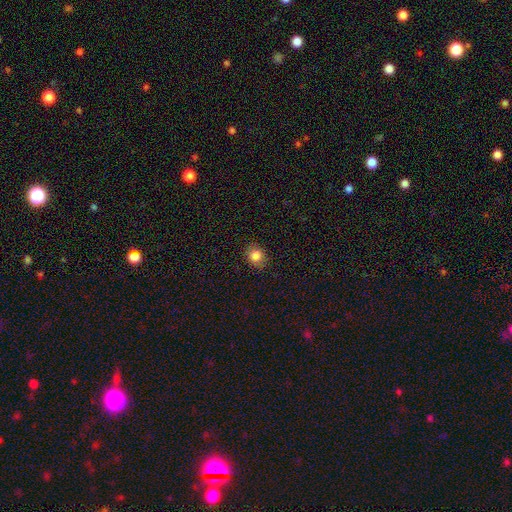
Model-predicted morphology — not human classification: Overall: smooth (84%). How rounded: round (74%). Merging: none (87%).